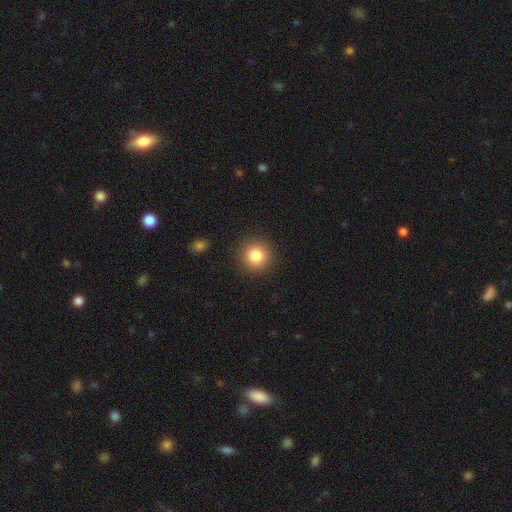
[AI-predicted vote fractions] Smooth or featured?
  - smooth: 84% *
  - star or artifact: 10%
  - featured or disk: 6%
How rounded?
  - round: 94% *
  - in between: 5%
  - cigar-shaped: 1%
Merging?
  - none: 90% *
  - minor disturbance: 6%
  - major disturbance: 2%
  - merger: 1%